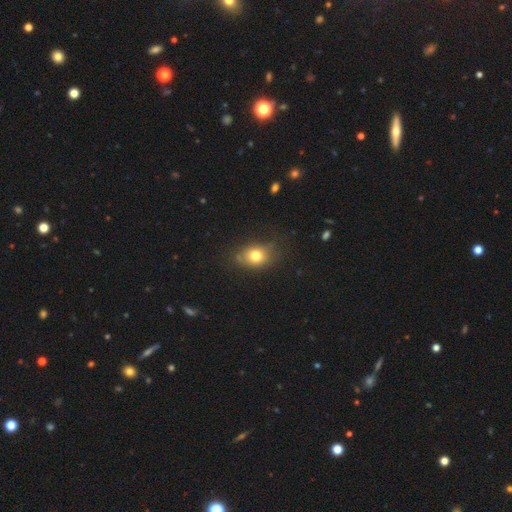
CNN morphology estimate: Overall: smooth (75%). How rounded: in between (59%; round 40%). Merging: none (66%).